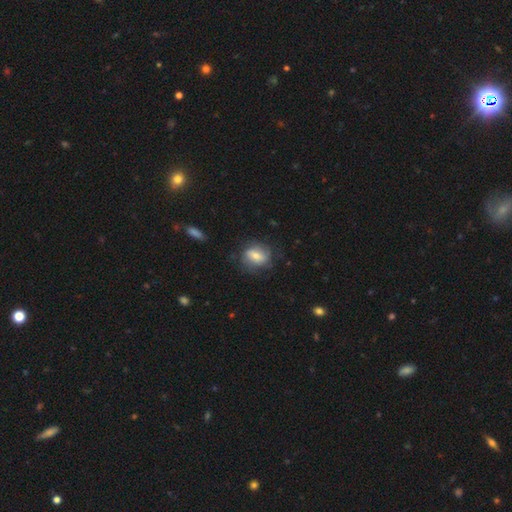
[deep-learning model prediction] smooth 55%, featured or disk 37%, star or artifact 8%. Down the decision tree: how rounded — in between (55%); merging — none (69%).